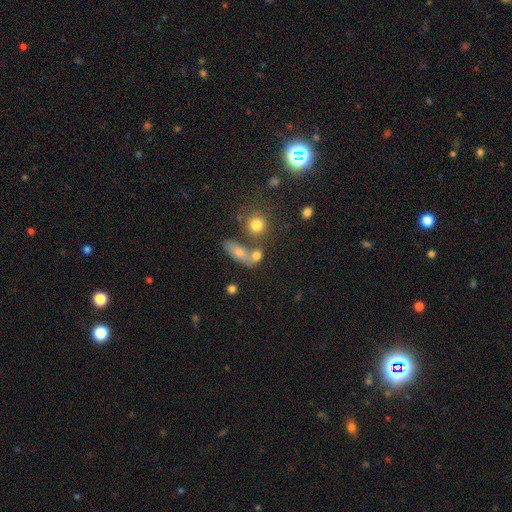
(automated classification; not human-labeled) Morphology: type=smooth (54%); roundness=in between (44%); merging=none (53%).